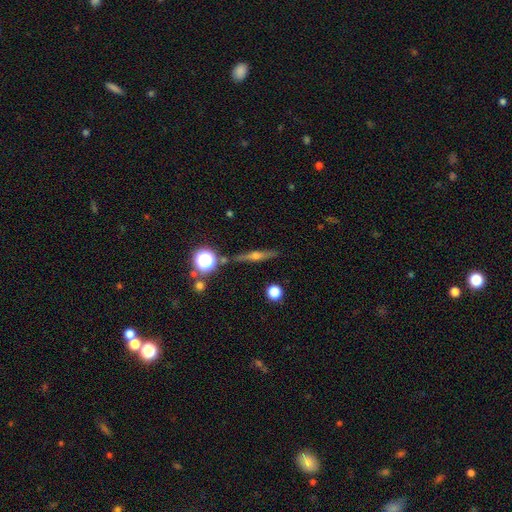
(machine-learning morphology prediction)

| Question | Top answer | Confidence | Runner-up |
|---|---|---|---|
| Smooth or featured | featured or disk | 65% | smooth (24%) |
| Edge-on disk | yes | 96% | no (4%) |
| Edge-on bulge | rounded | 90% | none (6%) |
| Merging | none | 88% | minor disturbance (8%) |